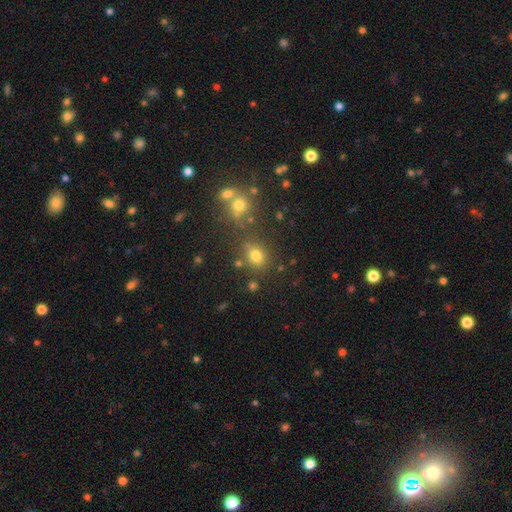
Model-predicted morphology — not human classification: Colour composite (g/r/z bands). It shows a smooth galaxy with no disk features (71%) that is round (61%). Merging: none (68%).